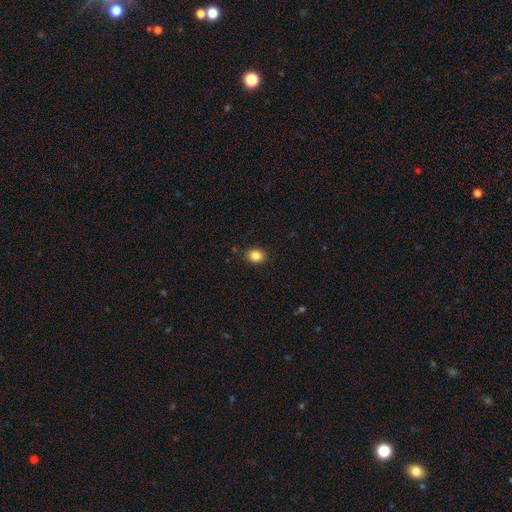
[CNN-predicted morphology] A smooth galaxy with no disk features (85%) that is round (53%).

Vote fractions:
- Smooth or featured? smooth: 85% / star or artifact: 10% / featured or disk: 5%
- How rounded? round: 53% / in between: 46% / cigar-shaped: 1%
- Merging? none: 89% / minor disturbance: 8% / major disturbance: 2% / merger: 1%